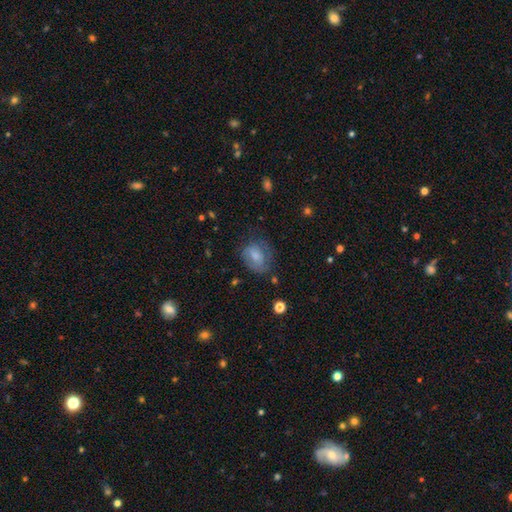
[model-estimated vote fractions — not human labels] A smooth galaxy with no disk features (63%) that is in between round and cigar-shaped (62%). Merging: none (51%).